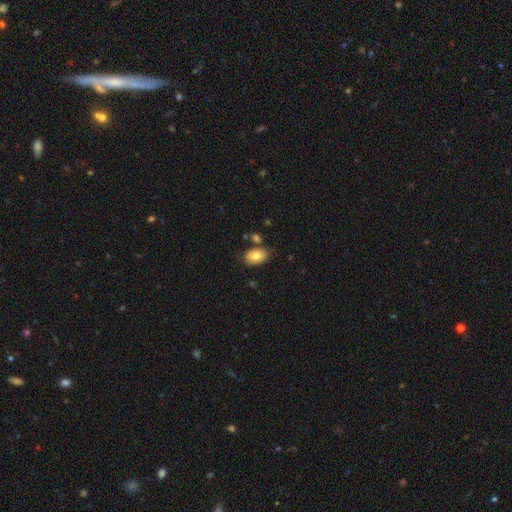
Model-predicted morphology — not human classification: Smooth or featured: smooth — 80% (featured or disk — 12%)
How rounded: in between — 86% (round — 13%)
Merging: none — 73% (minor disturbance — 14%)